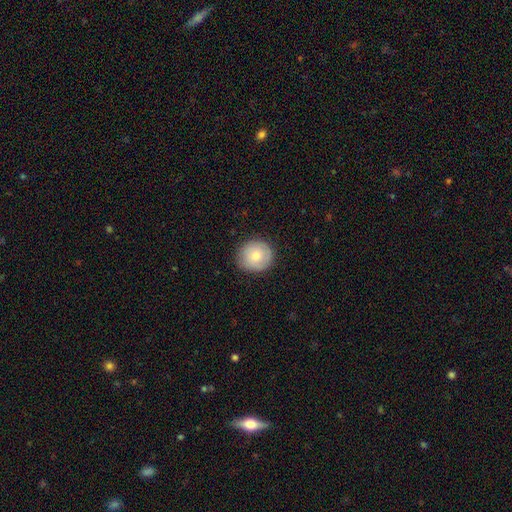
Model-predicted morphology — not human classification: This is likely a smooth galaxy (69%). How rounded: clearly round (87%). Merging: clearly none (84%).